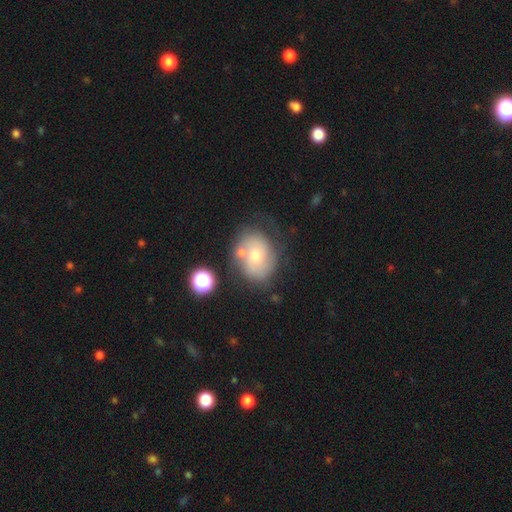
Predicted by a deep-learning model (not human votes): smooth_or_featured: featured or disk (p=0.47) [alt: smooth p=0.42]
merging: none (p=0.54) [alt: minor disturbance p=0.22]